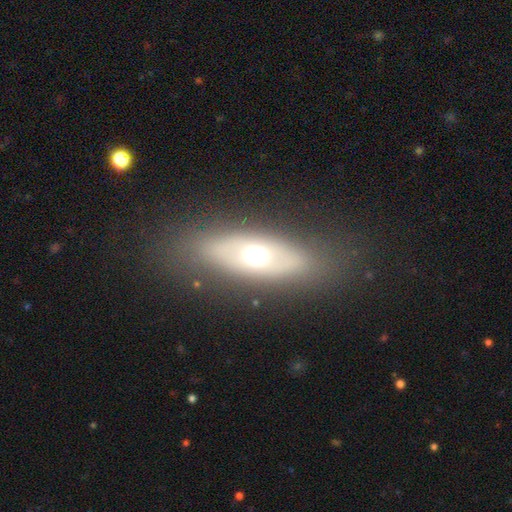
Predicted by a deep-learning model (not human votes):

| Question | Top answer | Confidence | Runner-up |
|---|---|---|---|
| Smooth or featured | smooth | 48% | featured or disk (42%) |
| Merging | none | 81% | minor disturbance (11%) |